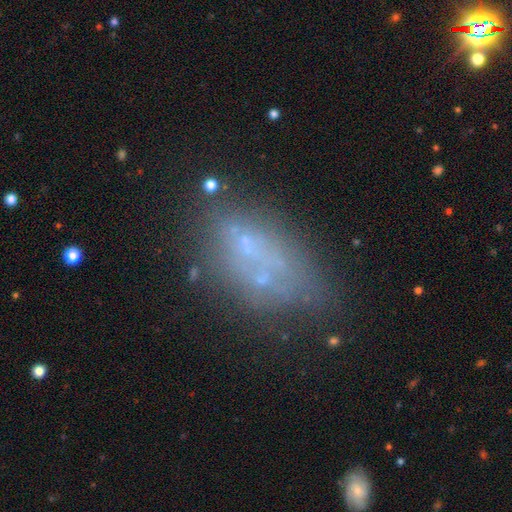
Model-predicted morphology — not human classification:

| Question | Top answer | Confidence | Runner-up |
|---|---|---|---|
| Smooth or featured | featured or disk | 40% | smooth (38%) |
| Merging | none | 50% | minor disturbance (20%) |